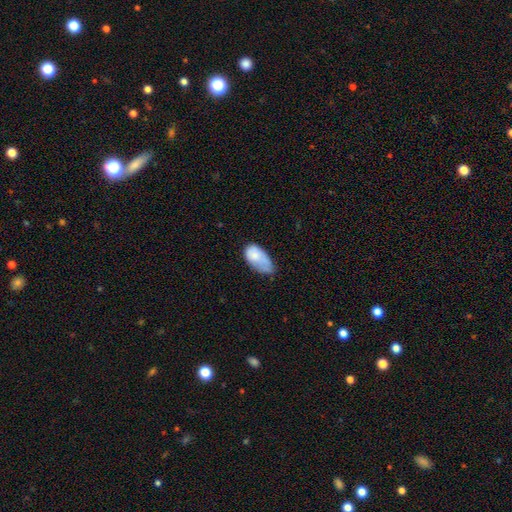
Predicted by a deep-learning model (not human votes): This appears to be a smooth galaxy with no disk features (78%) that is in between round and cigar-shaped (93%). Merging: minor disturbance (48%).